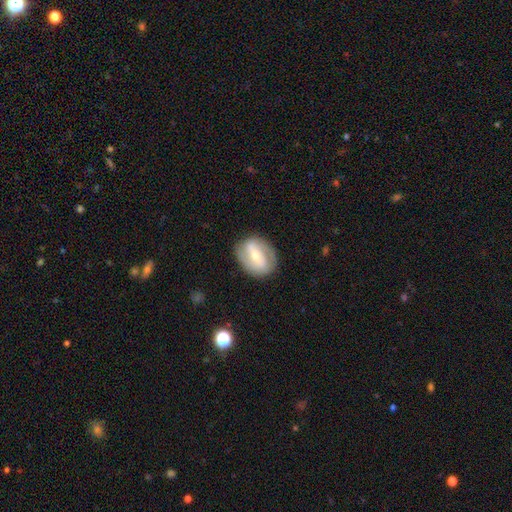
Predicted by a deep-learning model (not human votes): Q: Smooth or featured?
A: featured or disk (66%); runner-up: smooth (29%)
Q: Edge-on disk?
A: no (95%); runner-up: yes (5%)
Q: Bar?
A: strong (41%); runner-up: weak (37%)
Q: Spiral arms?
A: yes (70%); runner-up: no (30%)
Q: Bulge size?
A: moderate (59%); runner-up: small (36%)
Q: Merging?
A: none (81%); runner-up: minor disturbance (13%)